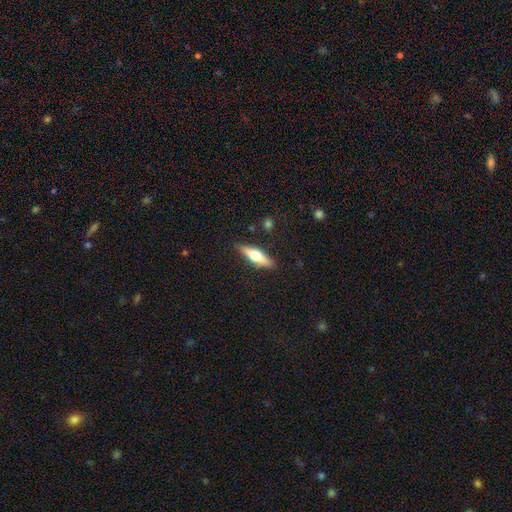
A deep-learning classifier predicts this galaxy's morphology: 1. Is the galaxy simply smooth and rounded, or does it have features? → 52% smooth, 42% featured or disk, 6% star or artifact.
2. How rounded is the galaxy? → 60% cigar-shaped, 38% in between, 2% round.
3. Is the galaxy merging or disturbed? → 86% none, 10% minor disturbance, 2% major disturbance, 2% merger.